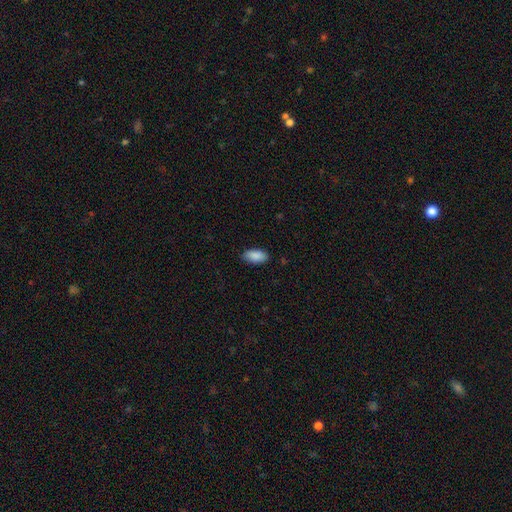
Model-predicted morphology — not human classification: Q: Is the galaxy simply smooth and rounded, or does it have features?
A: smooth — 89%.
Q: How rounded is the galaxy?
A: in between — 92%.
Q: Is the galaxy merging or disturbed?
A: none — 85%.